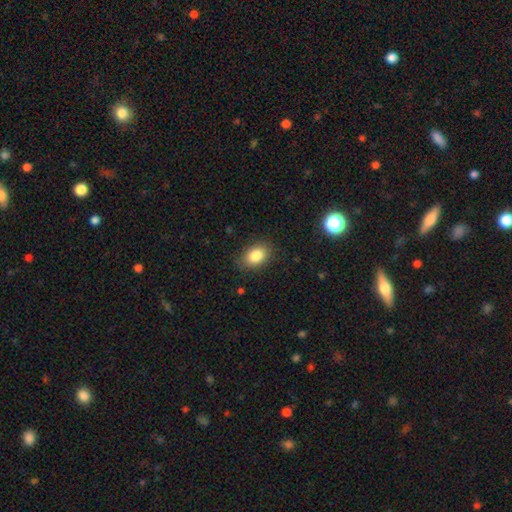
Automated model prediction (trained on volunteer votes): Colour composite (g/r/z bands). It shows a smooth galaxy with no disk features (84%) that is in between round and cigar-shaped (81%). Merging: none (84%).